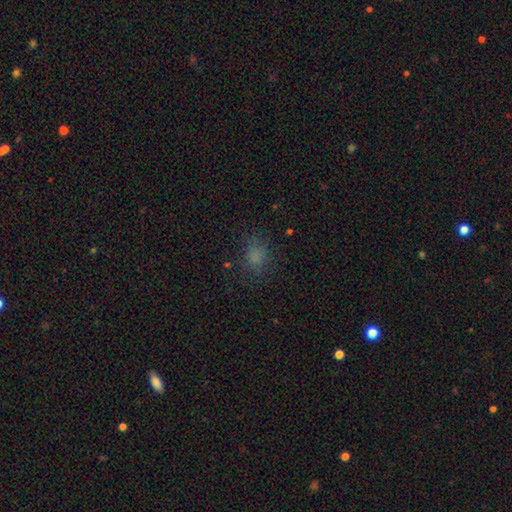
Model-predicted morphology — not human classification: Overall: smooth (71%). How rounded: round (51%; in between 47%). Merging: none (72%).